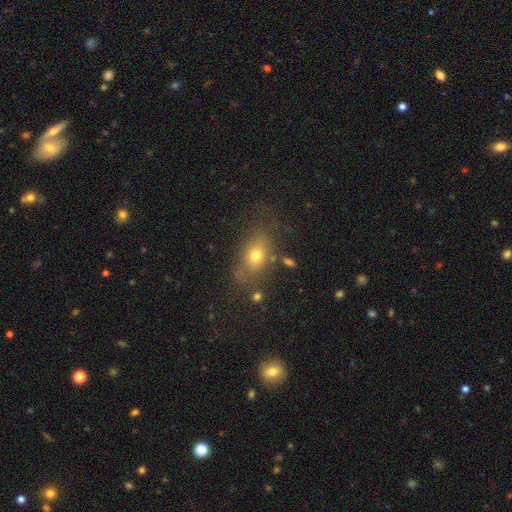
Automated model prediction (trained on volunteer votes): Smooth or featured? smooth (70%)
How rounded? in between (70%)
Merging? none (67%)